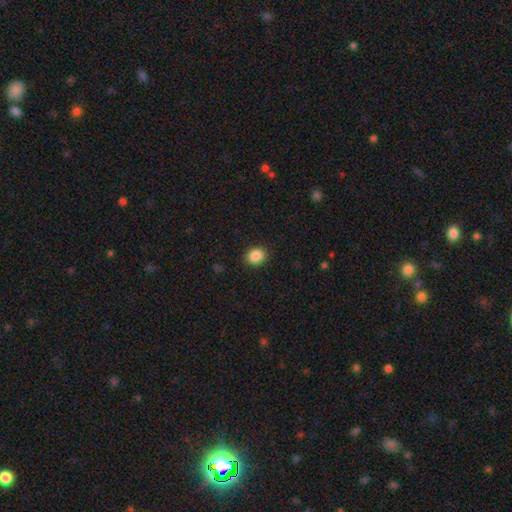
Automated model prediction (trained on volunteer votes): smooth-or-featured: smooth: 87% | star or artifact: 9% | featured or disk: 3%
  how-rounded: round: 65% | in between: 34% | cigar-shaped: 1%
  merging: none: 89% | minor disturbance: 8% | major disturbance: 2% | merger: 1%